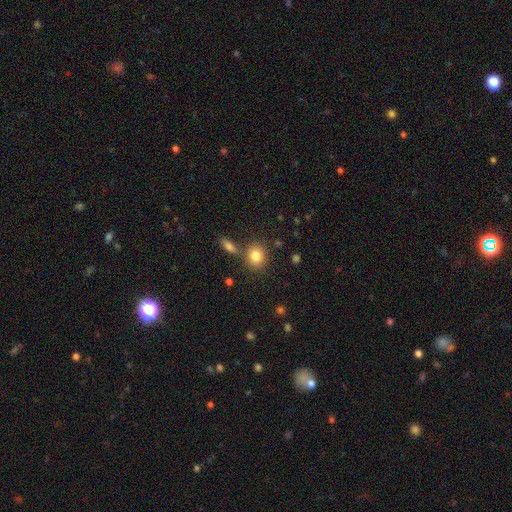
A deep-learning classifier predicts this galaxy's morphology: type=smooth (83%); roundness=round (70%); merging=none (73%).